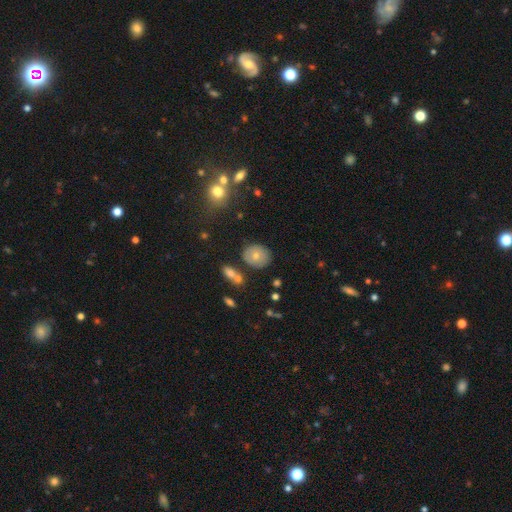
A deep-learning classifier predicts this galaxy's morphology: smooth_or_featured: smooth (p=0.69) [alt: featured or disk p=0.20]
how_rounded: round (p=0.71) [alt: in between p=0.28]
merging: none (p=0.77) [alt: minor disturbance p=0.13]